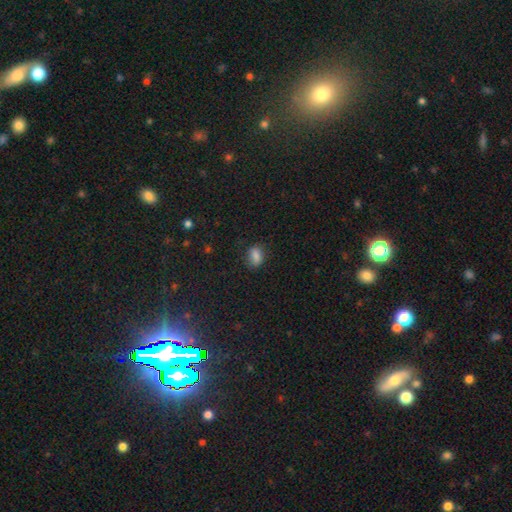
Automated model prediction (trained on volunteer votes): Overall: smooth (82%). How rounded: in between (81%). Merging: none (77%).